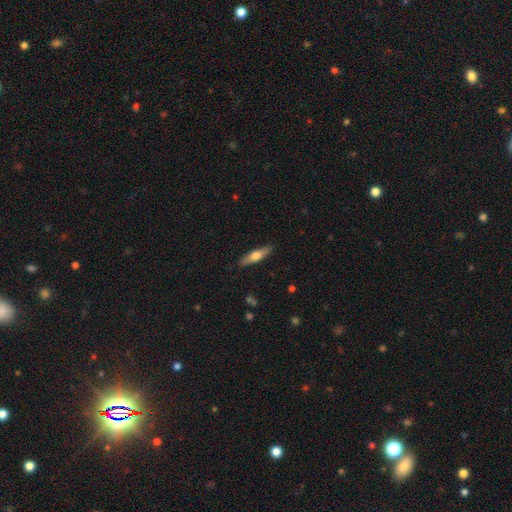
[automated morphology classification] This appears to be a smooth galaxy with no disk features (53%) that is cigar-shaped (74%). Merging: none (89%).